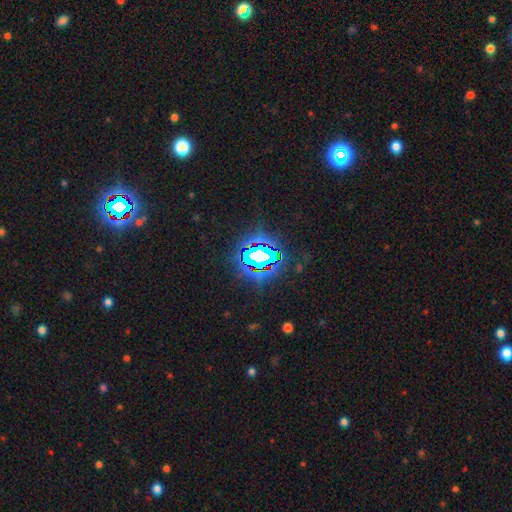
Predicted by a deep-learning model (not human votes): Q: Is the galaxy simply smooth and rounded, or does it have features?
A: star or artifact — 83%.